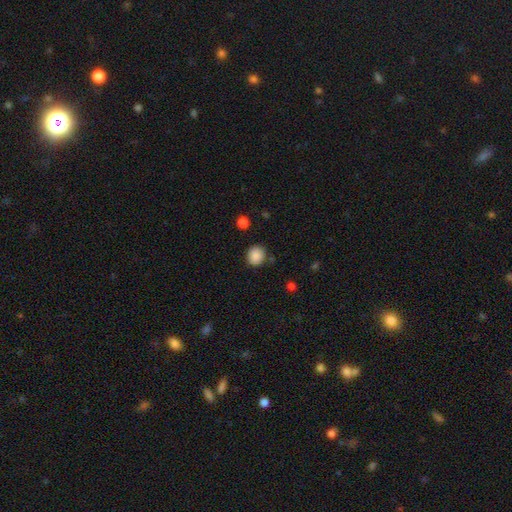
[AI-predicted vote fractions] smooth 88%, star or artifact 9%, featured or disk 3%. Down the decision tree: how rounded — round (78%); merging — none (84%).